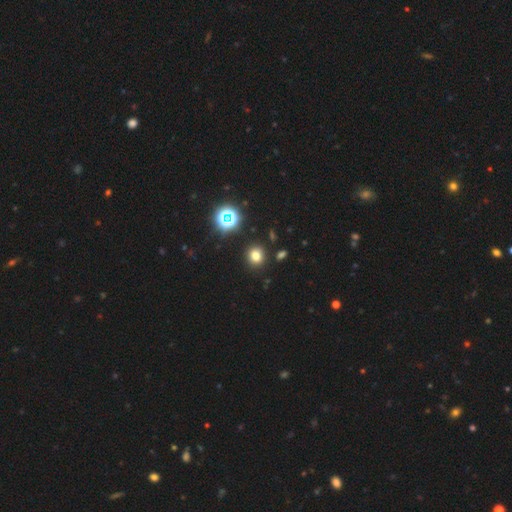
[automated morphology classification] A smooth galaxy with no disk features (73%) that is round (81%).

Vote fractions:
- Smooth or featured? smooth: 73% / star or artifact: 20% / featured or disk: 7%
- How rounded? round: 81% / in between: 18% / cigar-shaped: 1%
- Merging? none: 88% / minor disturbance: 7% / merger: 3% / major disturbance: 2%